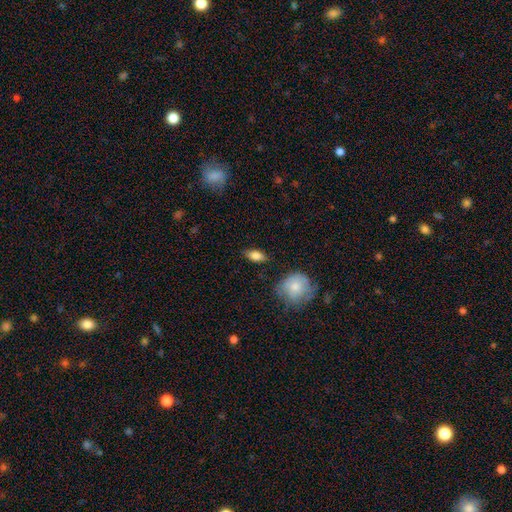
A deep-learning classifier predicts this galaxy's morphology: A smooth galaxy with no disk features (81%) that is in between round and cigar-shaped (83%). Merging: none (82%).